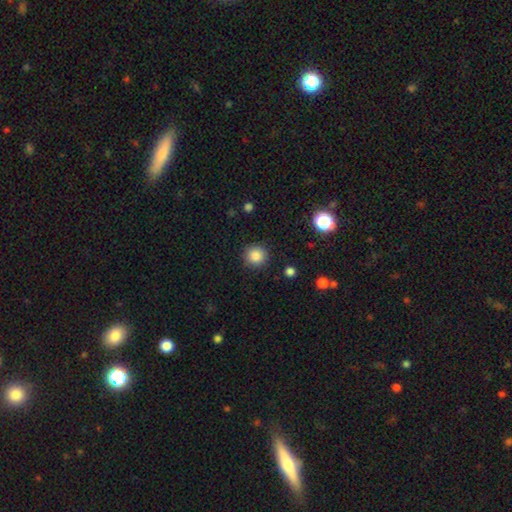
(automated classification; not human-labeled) Smooth or featured?
  - smooth: 86% *
  - star or artifact: 10%
  - featured or disk: 4%
How rounded?
  - round: 93% *
  - in between: 6%
  - cigar-shaped: 1%
Merging?
  - none: 90% *
  - minor disturbance: 6%
  - major disturbance: 2%
  - merger: 1%